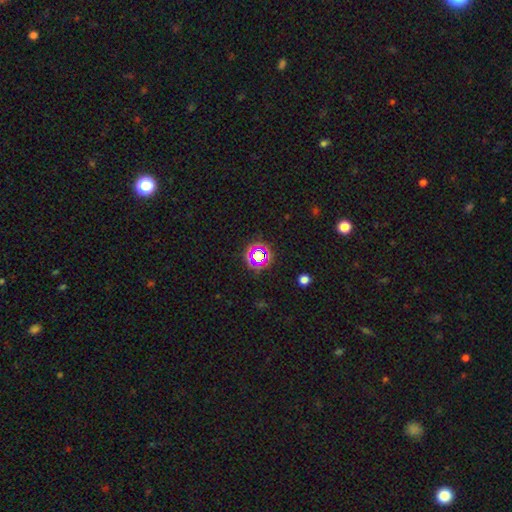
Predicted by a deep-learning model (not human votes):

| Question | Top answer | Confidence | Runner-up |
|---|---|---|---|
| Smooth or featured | star or artifact | 61% | smooth (26%) |